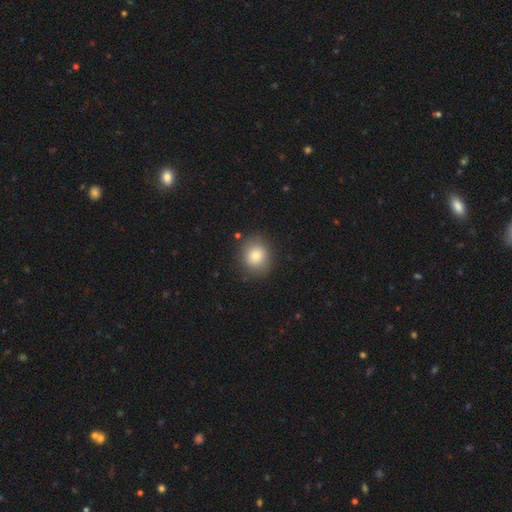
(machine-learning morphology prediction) Smooth or featured? smooth (83%)
How rounded? round (73%)
Merging? none (86%)